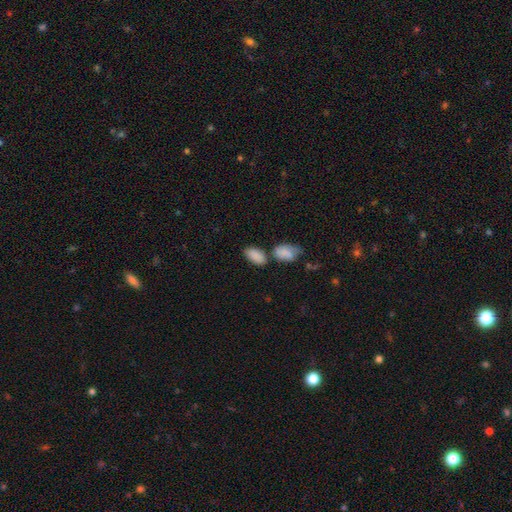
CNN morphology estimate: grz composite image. It shows a smooth galaxy with no disk features (87%) that is in between round and cigar-shaped (94%). Merging: none (57%).